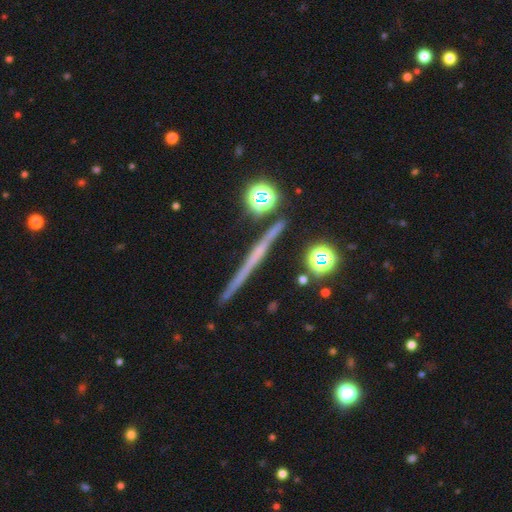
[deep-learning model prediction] A featured or disk galaxy (67%) viewed edge-on (98%) with no central bulge (77%). Merging: none (89%).